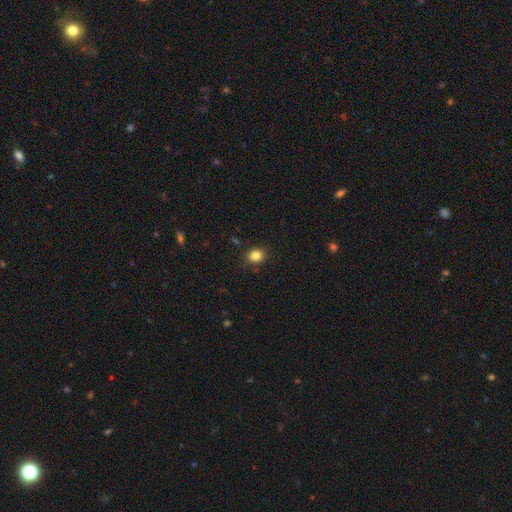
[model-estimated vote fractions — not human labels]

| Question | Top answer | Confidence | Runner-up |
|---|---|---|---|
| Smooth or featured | smooth | 84% | star or artifact (12%) |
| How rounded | round | 71% | in between (29%) |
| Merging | none | 87% | minor disturbance (9%) |